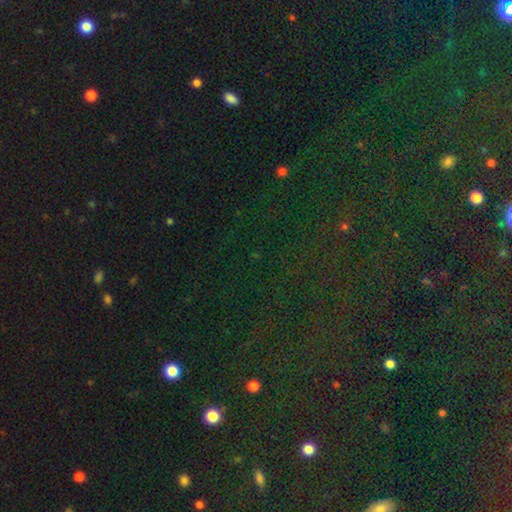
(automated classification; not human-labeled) The model was most divided on "smooth or featured": star or artifact: 81%, smooth: 12%, featured or disk: 7%.